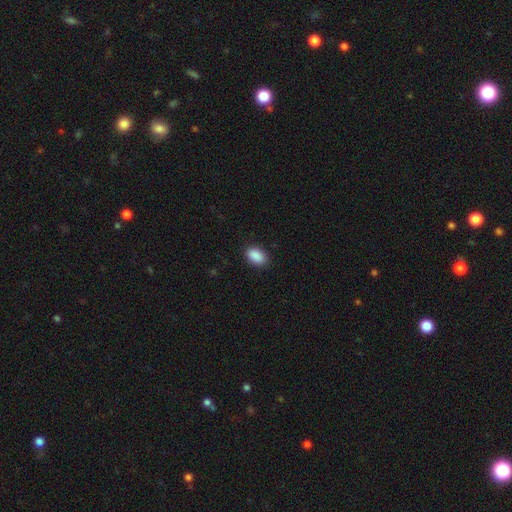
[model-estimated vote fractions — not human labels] Q: Smooth or featured?
A: smooth (90%); runner-up: star or artifact (7%)
Q: How rounded?
A: in between (91%); runner-up: round (8%)
Q: Merging?
A: none (88%); runner-up: minor disturbance (9%)